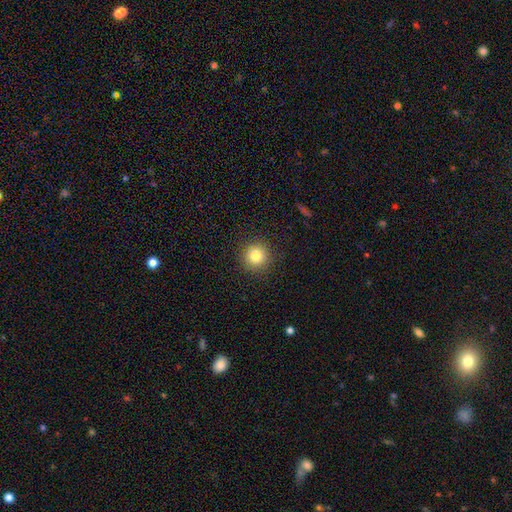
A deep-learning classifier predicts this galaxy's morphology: A smooth galaxy with no disk features (82%) that is round (95%).

Vote fractions:
- Smooth or featured? smooth: 82% / star or artifact: 12% / featured or disk: 7%
- How rounded? round: 95% / in between: 4% / cigar-shaped: 1%
- Merging? none: 91% / minor disturbance: 6% / major disturbance: 2% / merger: 1%